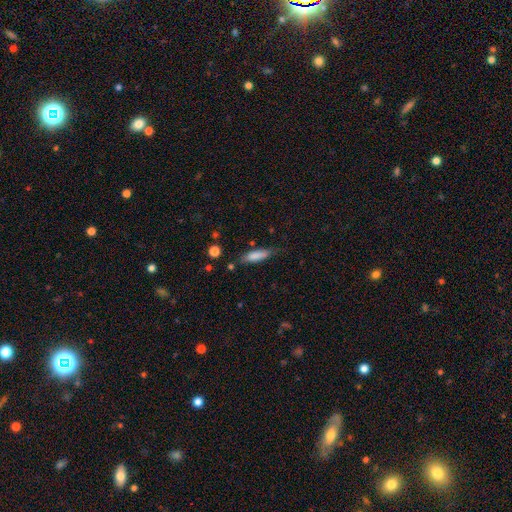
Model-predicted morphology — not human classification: Overall: smooth (79%). How rounded: cigar-shaped (60%; in between 38%). Merging: none (68%).